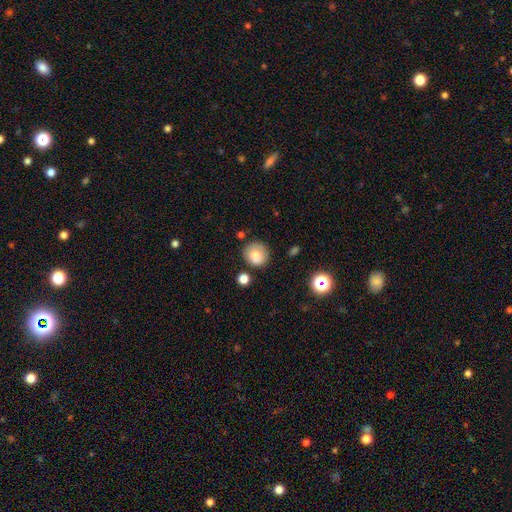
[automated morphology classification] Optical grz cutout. It shows a smooth galaxy with no disk features (79%) that is round (87%). Merging: none (75%).